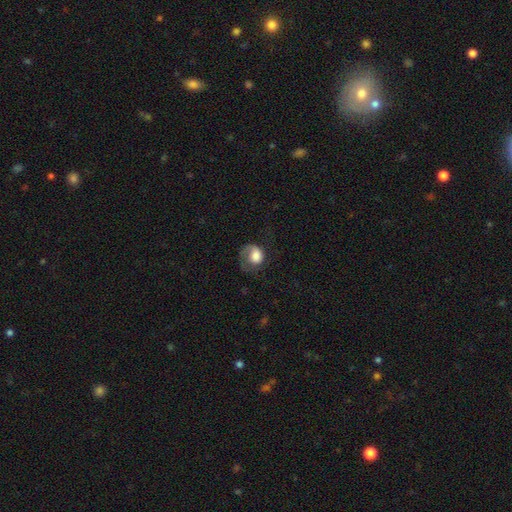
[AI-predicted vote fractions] This appears to be a smooth galaxy with no disk features (55%) that is round (61%). Merging: major disturbance (39%).